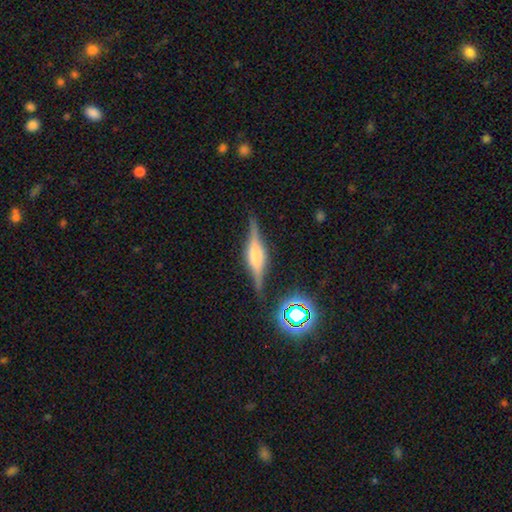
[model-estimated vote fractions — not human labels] A featured or disk galaxy (78%) viewed edge-on (97%) with a rounded central bulge (65%). Merging: none (84%).